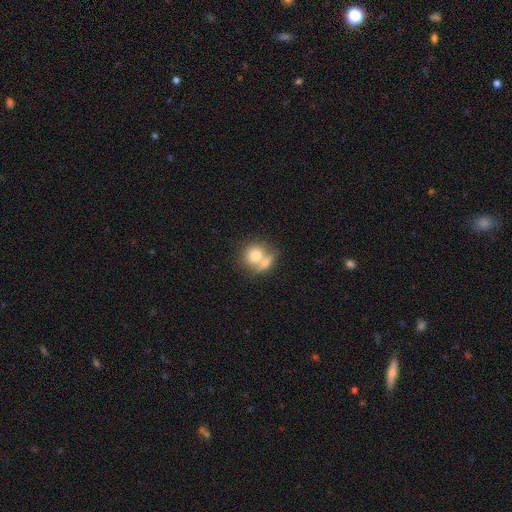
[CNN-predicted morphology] Overall: smooth (75%). How rounded: round (71%). Merging: merger (58%; none 28%).